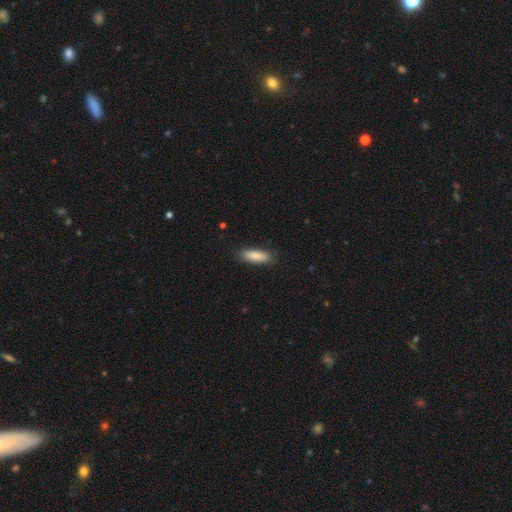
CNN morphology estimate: Overall: smooth (88%). How rounded: in between (59%; cigar-shaped 39%). Merging: none (85%).